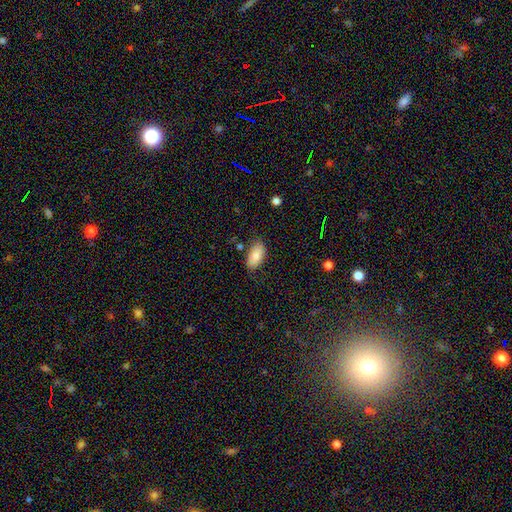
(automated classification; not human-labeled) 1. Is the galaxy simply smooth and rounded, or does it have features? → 85% smooth, 8% featured or disk, 7% star or artifact.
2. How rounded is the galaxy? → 94% in between, 4% cigar-shaped, 3% round.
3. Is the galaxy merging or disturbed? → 79% none, 15% minor disturbance, 3% major disturbance, 3% merger.